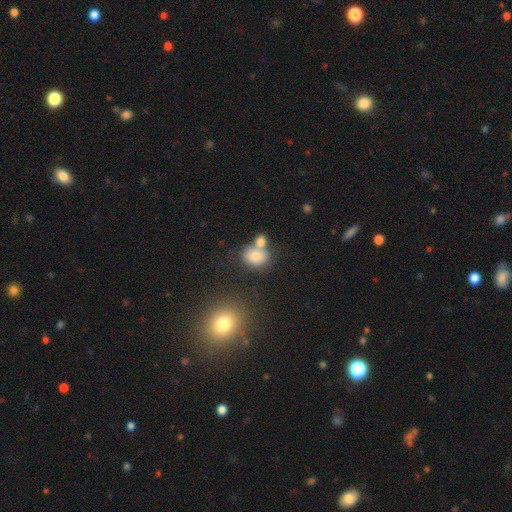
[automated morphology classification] A smooth galaxy with no disk features (79%) that is in between round and cigar-shaped (55%).

Vote fractions:
- Smooth or featured? smooth: 79% / star or artifact: 11% / featured or disk: 10%
- How rounded? in between: 55% / round: 43% / cigar-shaped: 1%
- Merging? none: 41% (tied) / merger: 41% (tied) / minor disturbance: 12% / major disturbance: 5%